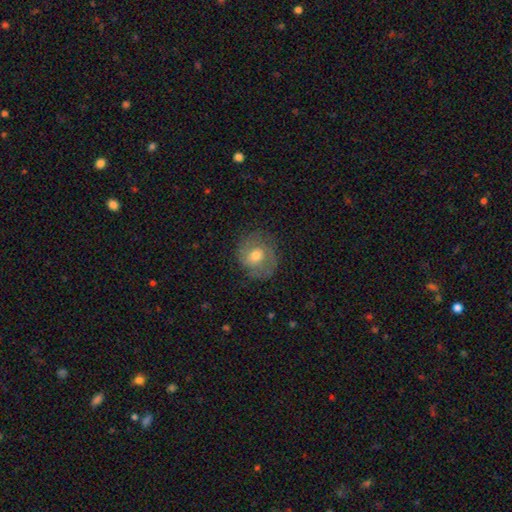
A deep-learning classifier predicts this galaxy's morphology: Smooth or featured? Predicted: featured or disk (p=0.49). Merging? Predicted: none (p=0.74).